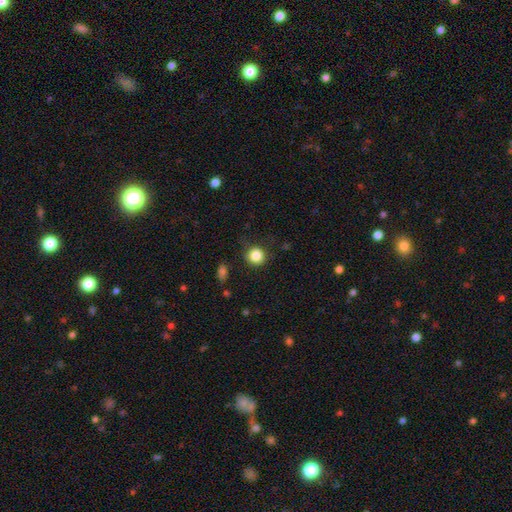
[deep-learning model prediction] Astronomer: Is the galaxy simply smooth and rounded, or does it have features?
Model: smooth — 85%.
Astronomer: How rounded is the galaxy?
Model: round — 91%.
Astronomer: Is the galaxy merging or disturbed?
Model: none — 84%.